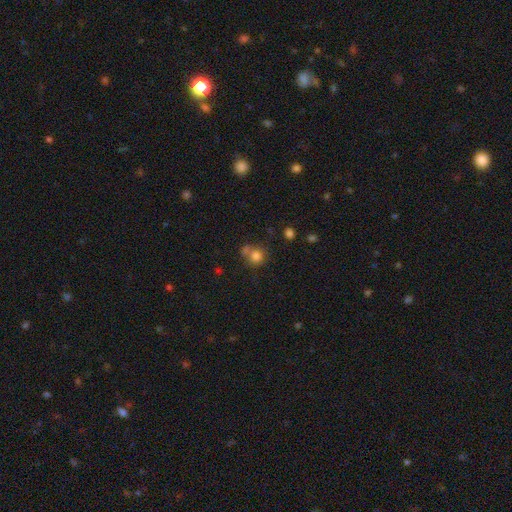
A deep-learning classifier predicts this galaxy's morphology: smooth 79%, star or artifact 12%, featured or disk 9%. Down the decision tree: how rounded — round (82%); merging — none (50%).